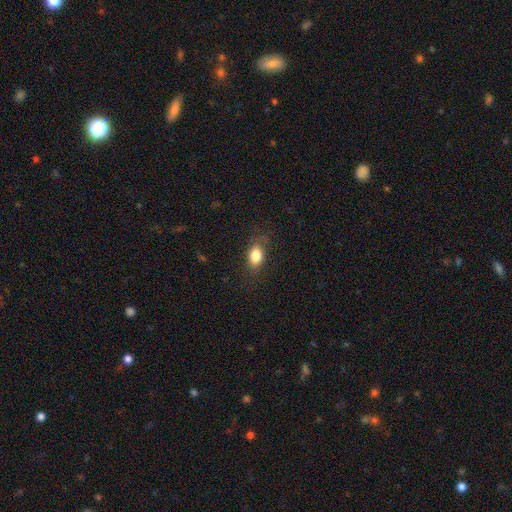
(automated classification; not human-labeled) Morphology: type=smooth (83%); roundness=in between (81%); merging=none (76%).